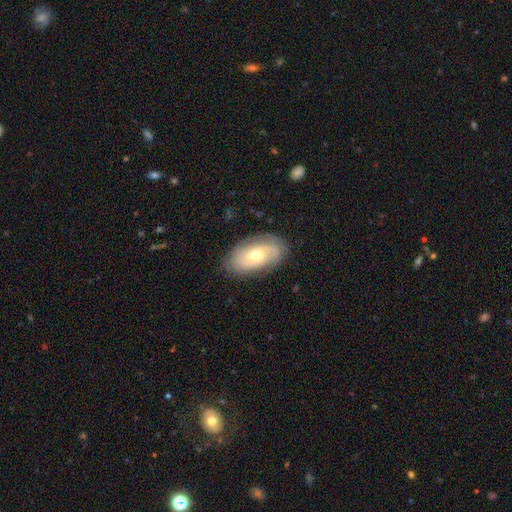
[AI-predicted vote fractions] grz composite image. It shows a featured or disk galaxy (65%) with no bar (66%), spiral arms (83%) and a moderate central bulge (60%). Merging: none (79%).